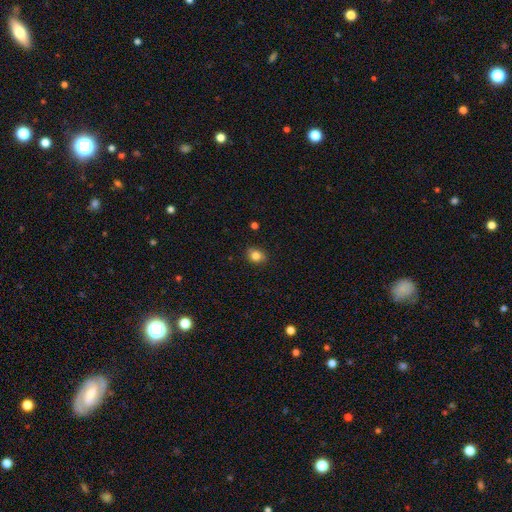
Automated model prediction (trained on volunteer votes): This is clearly a smooth galaxy (82%). How rounded: possibly round (49%, tied with in between). Merging: clearly none (82%).